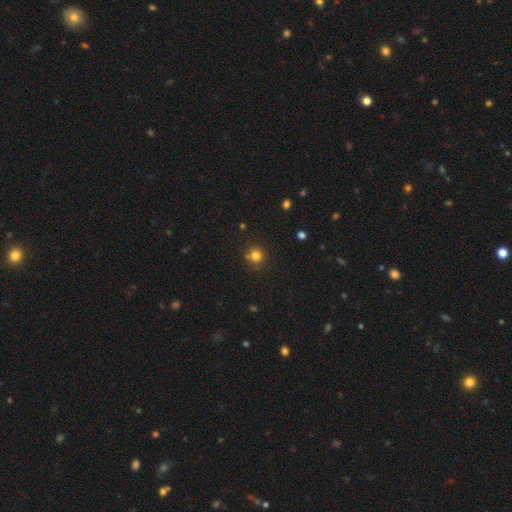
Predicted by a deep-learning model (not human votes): This appears to be a smooth galaxy with no disk features (78%) that is round (92%). Merging: none (76%).